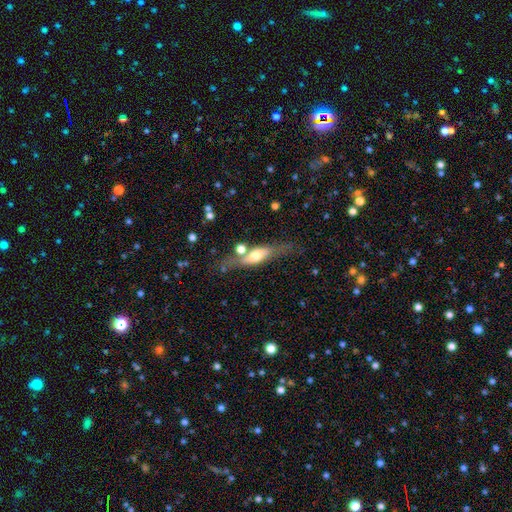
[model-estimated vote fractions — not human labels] Smooth or featured? Predicted: featured or disk (p=0.54). Edge-on disk? Predicted: yes (p=0.76). Merging? Predicted: none (p=0.59).